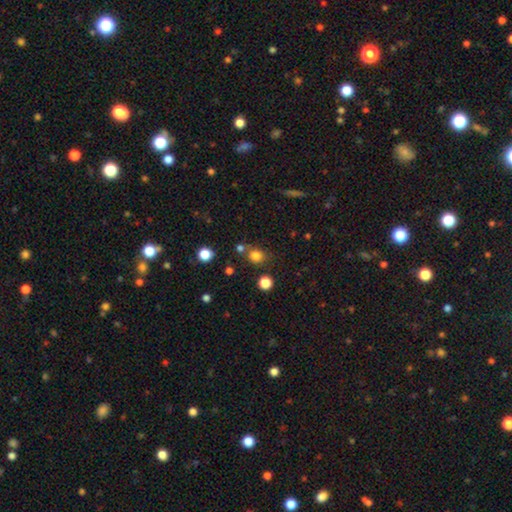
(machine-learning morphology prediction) Smooth or featured?
  - smooth: 80% *
  - star or artifact: 15%
  - featured or disk: 5%
How rounded?
  - round: 78% *
  - in between: 21%
  - cigar-shaped: 1%
Merging?
  - none: 71% *
  - merger: 13%
  - minor disturbance: 11%
  - major disturbance: 4%